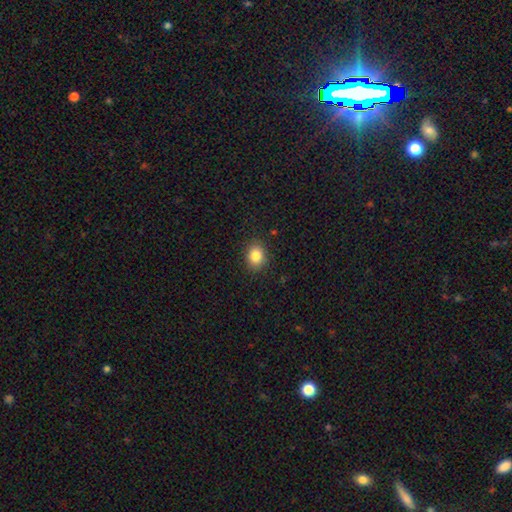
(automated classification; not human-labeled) Smooth or featured: smooth — 85% (star or artifact — 10%)
How rounded: in between — 51% (round — 48%)
Merging: none — 88% (minor disturbance — 9%)